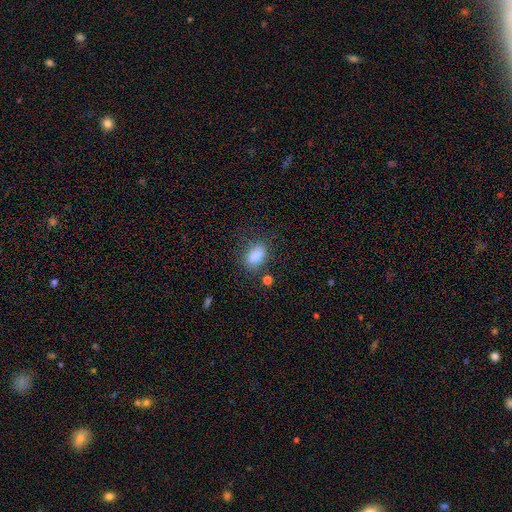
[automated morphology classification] The model was most divided on "merging": none: 62%, minor disturbance: 22%, major disturbance: 11%, merger: 6%. More confident: how rounded — in between (86%); smooth or featured — smooth (84%).